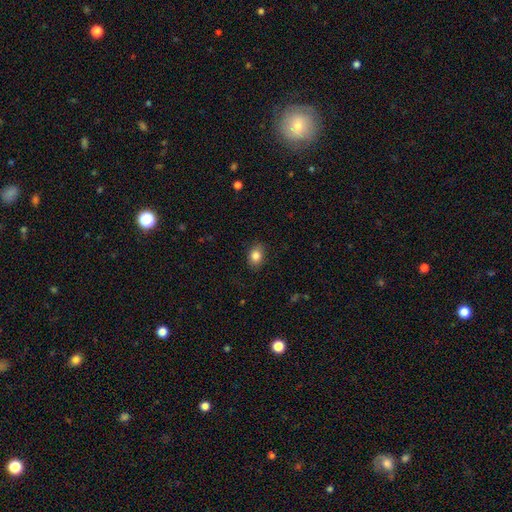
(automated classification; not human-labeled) Smooth or featured?
  - smooth: 85% *
  - star or artifact: 9%
  - featured or disk: 6%
How rounded?
  - in between: 66% *
  - round: 33%
  - cigar-shaped: 1%
Merging?
  - none: 85% *
  - minor disturbance: 11%
  - major disturbance: 3%
  - merger: 1%